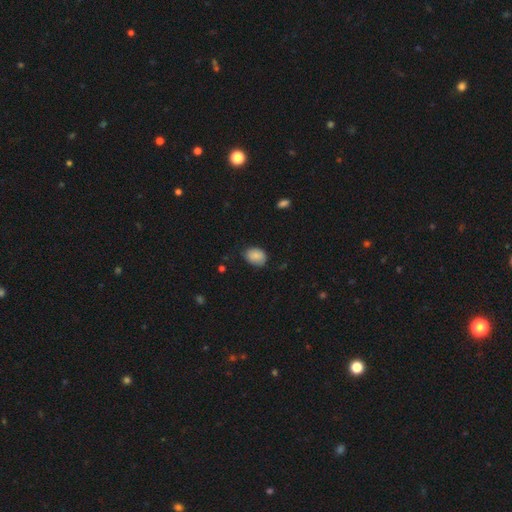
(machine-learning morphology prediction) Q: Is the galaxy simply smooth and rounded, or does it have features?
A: smooth — 85%.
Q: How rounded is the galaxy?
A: in between — 68%.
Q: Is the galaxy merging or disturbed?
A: none — 70%.